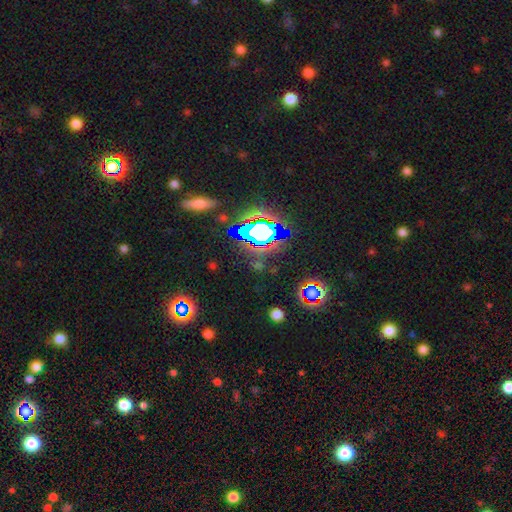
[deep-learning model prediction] A star or artifact, not a galaxy (80%).

Vote fractions:
- Smooth or featured? star or artifact: 80% / smooth: 11% / featured or disk: 9%